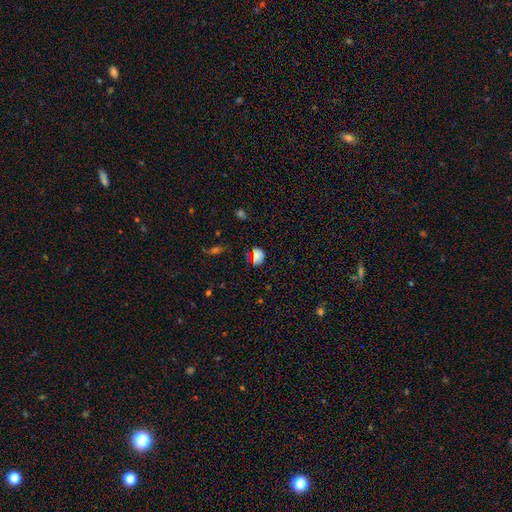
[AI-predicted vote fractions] A smooth galaxy with no disk features (63%) that is in between round and cigar-shaped (54%). Merging: none (72%).